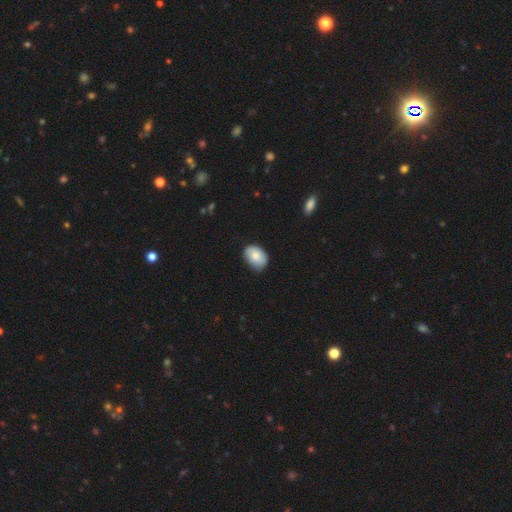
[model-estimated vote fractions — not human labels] Smooth or featured? smooth (81%)
How rounded? in between (77%)
Merging? none (72%)